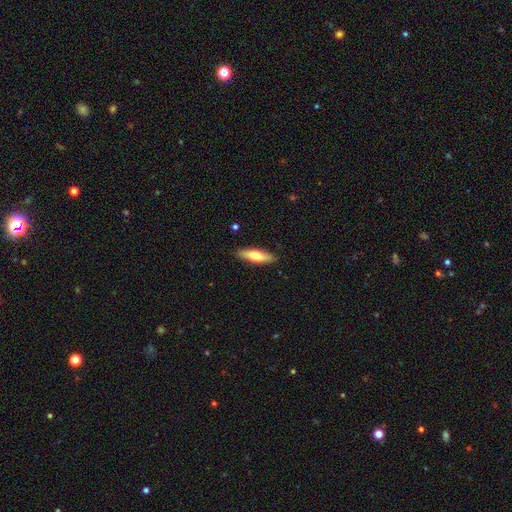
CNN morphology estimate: Q: Smooth or featured?
A: smooth (66%); runner-up: featured or disk (28%)
Q: How rounded?
A: cigar-shaped (61%); runner-up: in between (38%)
Q: Merging?
A: none (88%); runner-up: minor disturbance (9%)